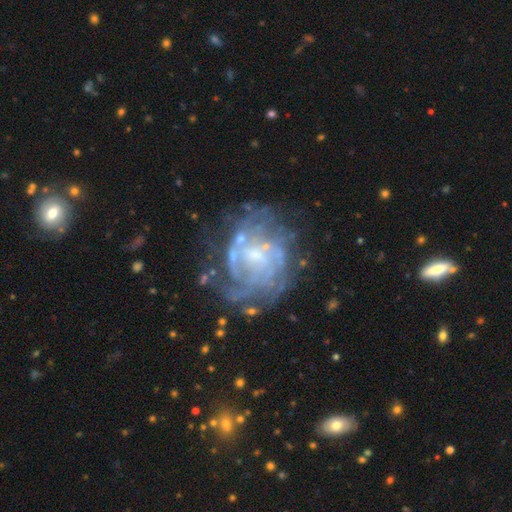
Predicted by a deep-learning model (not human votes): Smooth or featured? featured or disk (81%)
Edge-on disk? no (98%)
Bar? no (57%)
Spiral arms? yes (80%)
Spiral winding? tight (53%)
Spiral arm count? can't tell (49%)
Bulge size? small (47%)
Merging? none (57%)